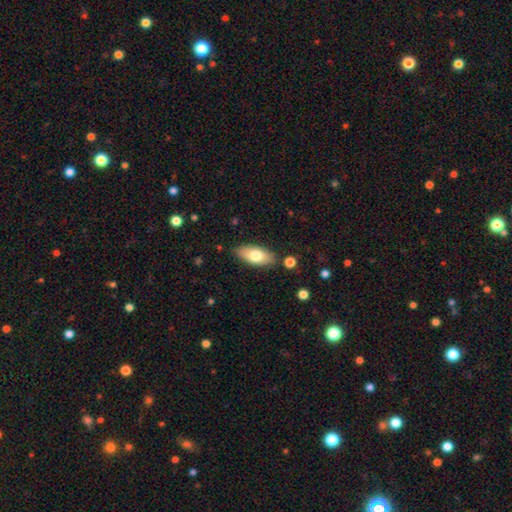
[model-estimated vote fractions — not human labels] A smooth galaxy with no disk features (74%) that is in between round and cigar-shaped (87%).

Vote fractions:
- Smooth or featured? smooth: 74% / featured or disk: 20% / star or artifact: 6%
- How rounded? in between: 87% / cigar-shaped: 11% / round: 3%
- Merging? none: 83% / minor disturbance: 12% / merger: 3% / major disturbance: 2%